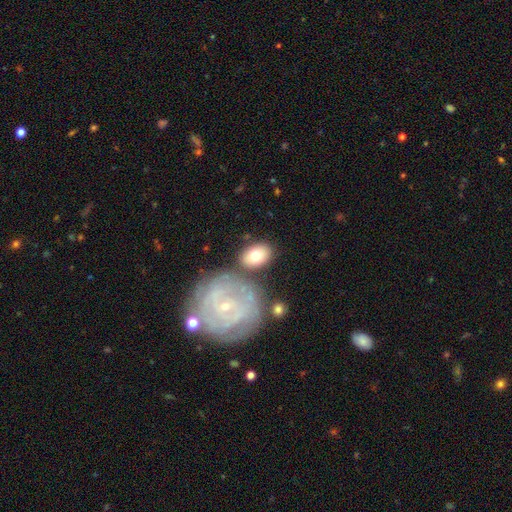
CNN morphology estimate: Smooth or featured? Predicted: smooth (p=0.69). How rounded? Predicted: in between (p=0.74). Merging? Predicted: none (p=0.69).